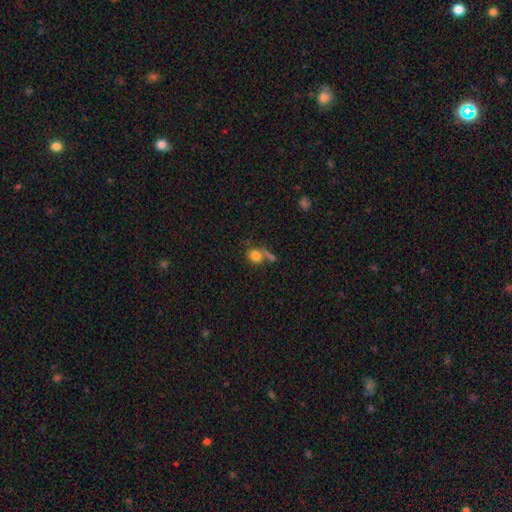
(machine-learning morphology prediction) smooth 80%, star or artifact 11%, featured or disk 9%. Down the decision tree: how rounded — round (80%); merging — none (52%).